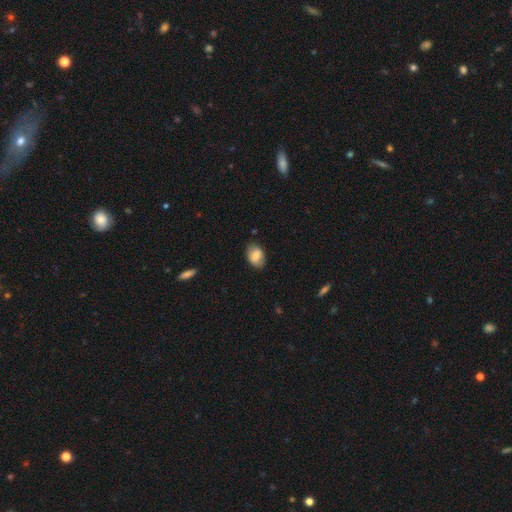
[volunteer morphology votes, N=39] Smooth or featured?
  - smooth: 74% *
  - featured or disk: 15%
  - star or artifact: 10%
How rounded?
  - in between: 86% *
  - round: 14%
  - cigar-shaped: 0%
Merging?
  - none: 83% *
  - minor disturbance: 14%
  - major disturbance: 3%
  - merger: 0%